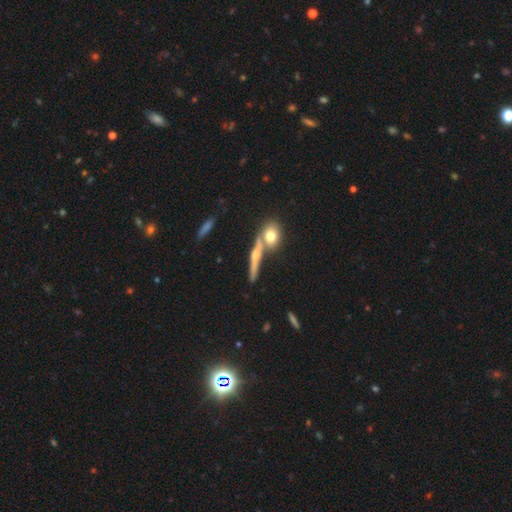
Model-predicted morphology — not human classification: Smooth or featured? Predicted: featured or disk (p=0.52). Edge-on disk? Predicted: yes (p=0.88). Merging? Predicted: none (p=0.57).